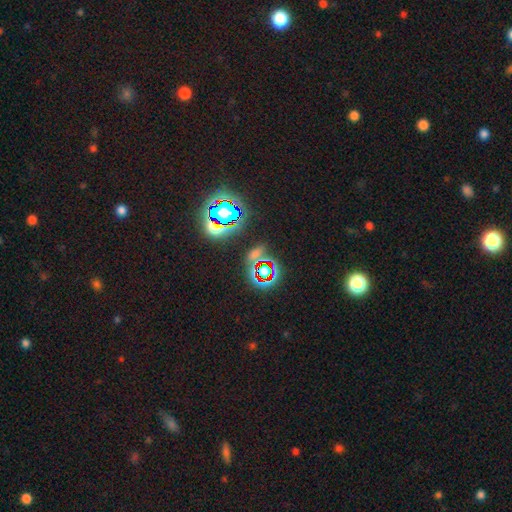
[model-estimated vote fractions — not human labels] smooth-or-featured: star or artifact: 75% | smooth: 14% | featured or disk: 11%